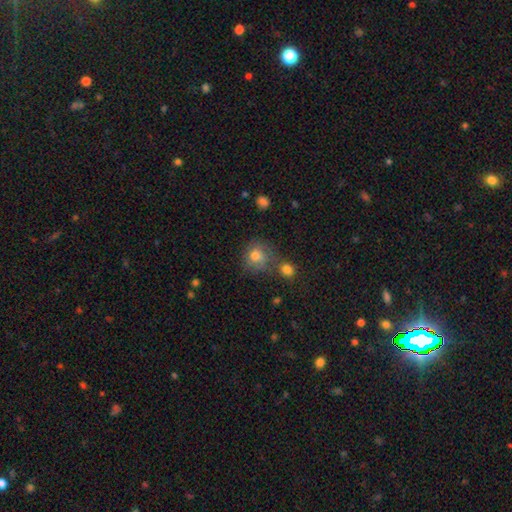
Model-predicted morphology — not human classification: Smooth or featured: smooth — 75% (featured or disk — 15%)
How rounded: round — 82% (in between — 17%)
Merging: none — 55% (minor disturbance — 18%)